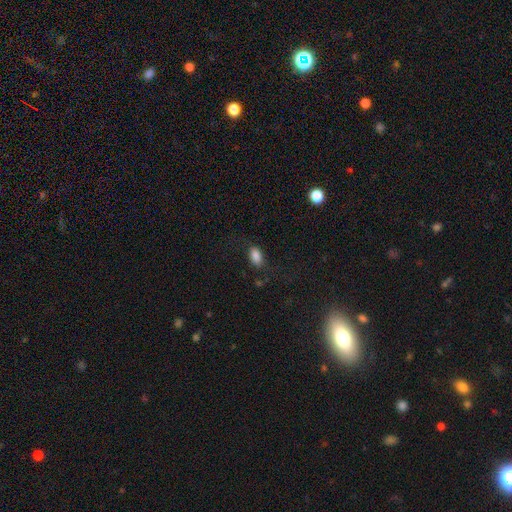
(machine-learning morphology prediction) A smooth galaxy with no disk features (85%) that is in between round and cigar-shaped (91%). Merging: none (77%).